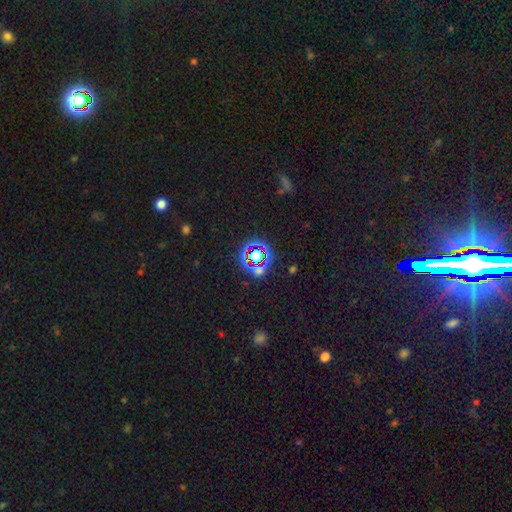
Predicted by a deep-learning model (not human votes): Overall: star or artifact (69%).